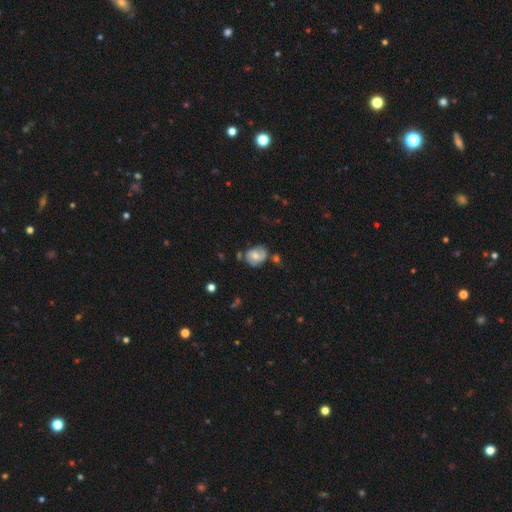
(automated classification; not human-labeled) Smooth or featured?
  - featured or disk: 55% *
  - smooth: 37%
  - star or artifact: 8%
Edge-on disk?
  - no: 97% *
  - yes: 3%
Bar?
  - no: 49% *
  - weak: 41%
  - strong: 10%
Spiral arms?
  - yes: 84% *
  - no: 16%
Bulge size?
  - moderate: 57% *
  - small: 26%
  - large: 10%
  - none: 6%
  - dominant: 1%
Merging?
  - none: 60% *
  - minor disturbance: 23%
  - merger: 9%
  - major disturbance: 8%